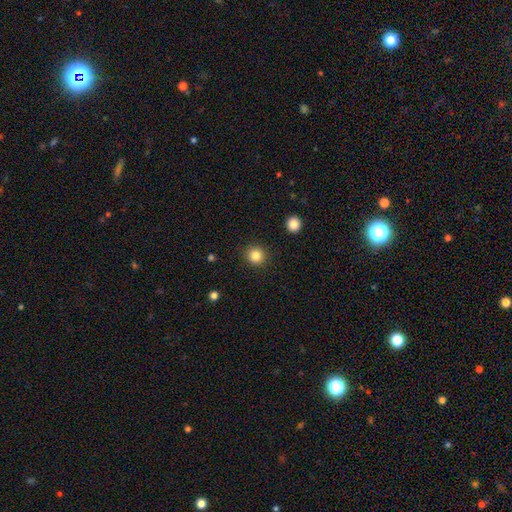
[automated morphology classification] Smooth or featured? Predicted: smooth (p=0.84). How rounded? Predicted: round (p=0.93). Merging? Predicted: none (p=0.91).